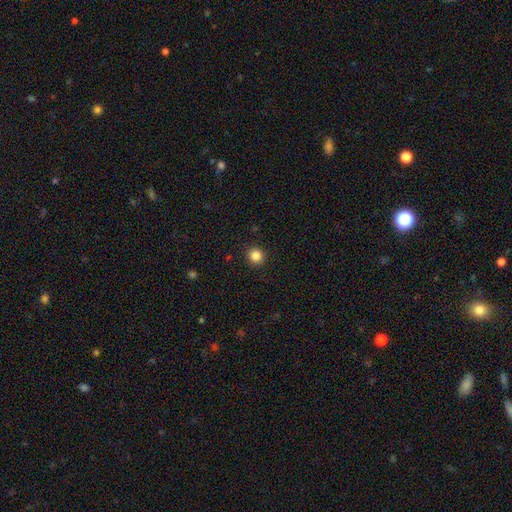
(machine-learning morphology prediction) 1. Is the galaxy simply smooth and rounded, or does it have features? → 85% smooth, 11% star or artifact, 3% featured or disk.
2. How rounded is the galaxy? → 95% round, 4% in between, 1% cigar-shaped.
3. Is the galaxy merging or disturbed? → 93% none, 5% minor disturbance, 2% major disturbance, 1% merger.